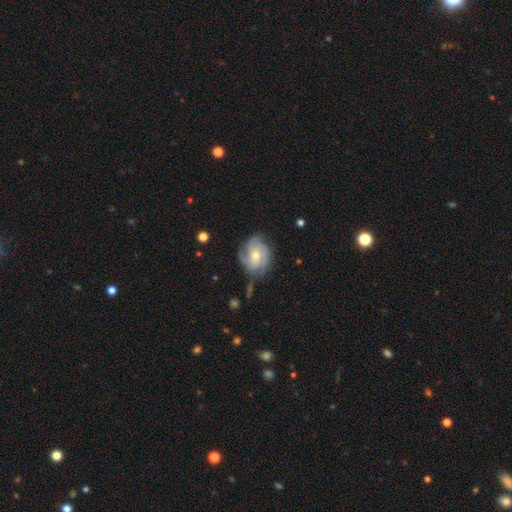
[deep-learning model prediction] Smooth or featured?
  - featured or disk: 80% *
  - smooth: 13%
  - star or artifact: 6%
Edge-on disk?
  - no: 97% *
  - yes: 3%
Bar?
  - no: 68% *
  - weak: 27%
  - strong: 5%
Spiral arms?
  - yes: 95% *
  - no: 5%
Spiral winding?
  - tight: 58% *
  - medium: 33%
  - loose: 9%
Spiral arm count?
  - 3: 38% *
  - can't tell: 22%
  - 4: 18%
  - 2: 13%
  - more than 4: 5%
  - 1: 5%
Bulge size?
  - moderate: 59% *
  - small: 37%
  - large: 3%
  - none: 1%
  - dominant: 1%
Merging?
  - none: 71% *
  - minor disturbance: 20%
  - major disturbance: 7%
  - merger: 2%